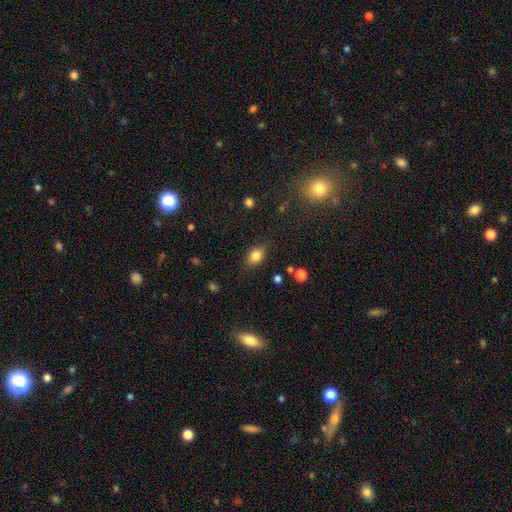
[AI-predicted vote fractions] smooth-or-featured: smooth: 82% | star or artifact: 10% | featured or disk: 8%
  how-rounded: in between: 73% | round: 25% | cigar-shaped: 2%
  merging: none: 81% | minor disturbance: 13% | major disturbance: 4% | merger: 2%